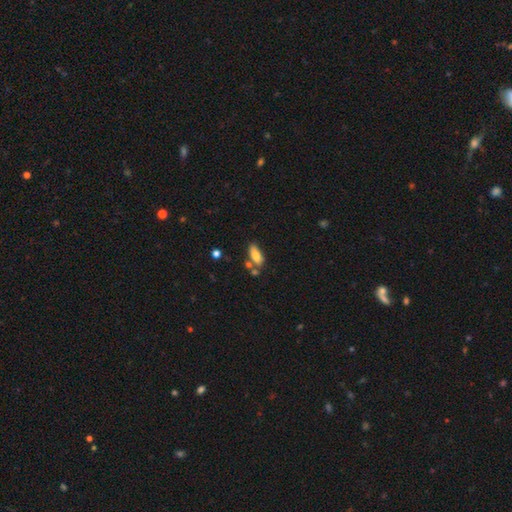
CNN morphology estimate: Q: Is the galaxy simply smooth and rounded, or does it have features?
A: smooth — 76%.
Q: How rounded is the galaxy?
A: in between — 77%.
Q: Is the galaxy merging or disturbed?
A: none — 58%.